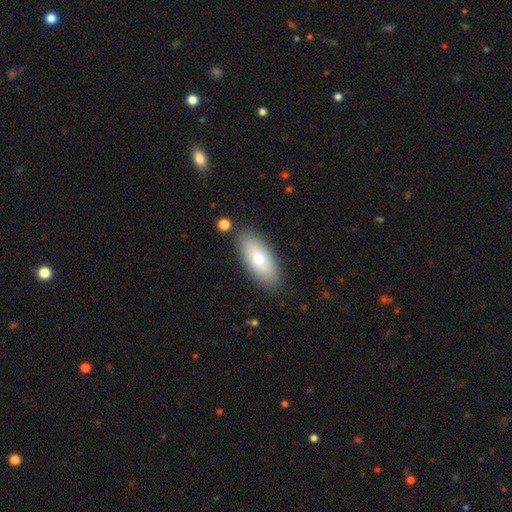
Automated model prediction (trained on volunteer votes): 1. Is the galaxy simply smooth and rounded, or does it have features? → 72% smooth, 21% featured or disk, 7% star or artifact.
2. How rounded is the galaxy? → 84% in between, 14% cigar-shaped, 2% round.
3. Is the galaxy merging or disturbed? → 85% none, 10% minor disturbance, 3% merger, 2% major disturbance.